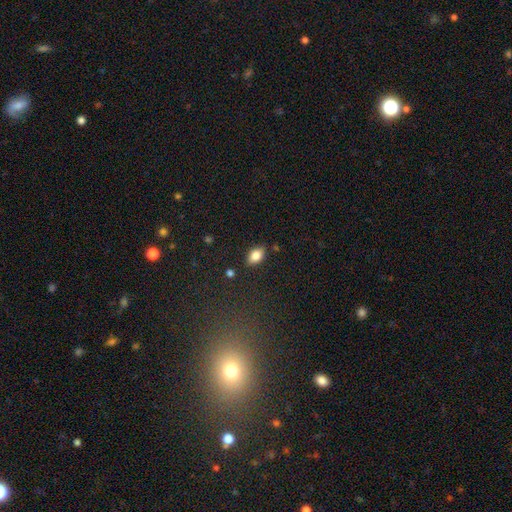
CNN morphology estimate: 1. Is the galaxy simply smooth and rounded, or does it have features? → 79% smooth, 12% featured or disk, 8% star or artifact.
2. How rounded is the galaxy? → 89% in between, 8% round, 3% cigar-shaped.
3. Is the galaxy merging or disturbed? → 85% none, 11% minor disturbance, 2% major disturbance, 2% merger.